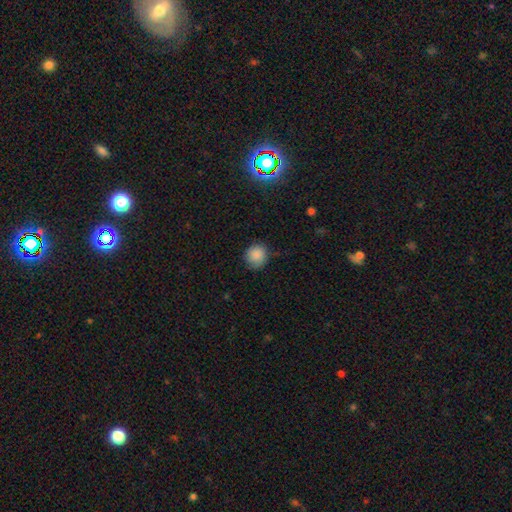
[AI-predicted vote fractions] Morphology: type=smooth (87%); roundness=round (87%); merging=none (80%).